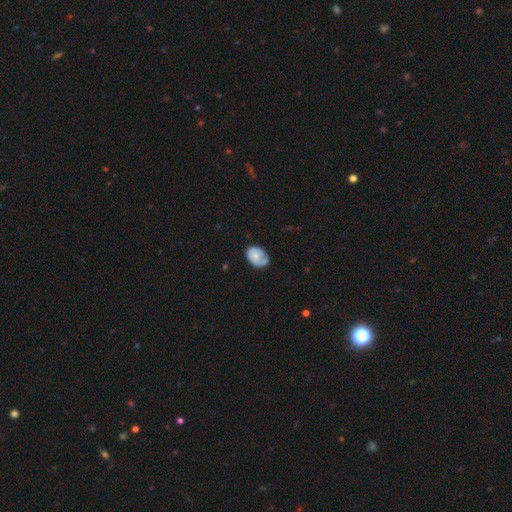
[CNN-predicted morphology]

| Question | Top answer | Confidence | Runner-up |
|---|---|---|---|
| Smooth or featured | smooth | 60% | featured or disk (33%) |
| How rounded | in between | 78% | round (21%) |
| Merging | none | 56% | minor disturbance (31%) |